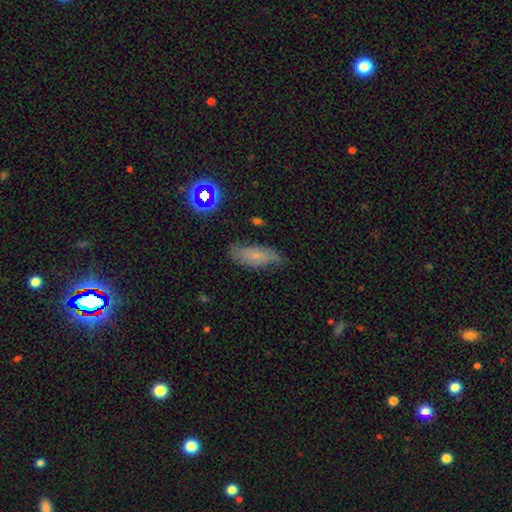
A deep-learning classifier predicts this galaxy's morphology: smooth_or_featured: smooth (p=0.53) [alt: featured or disk p=0.35]
how_rounded: in between (p=0.75) [alt: cigar-shaped p=0.20]
merging: none (p=0.64) [alt: minor disturbance p=0.27]